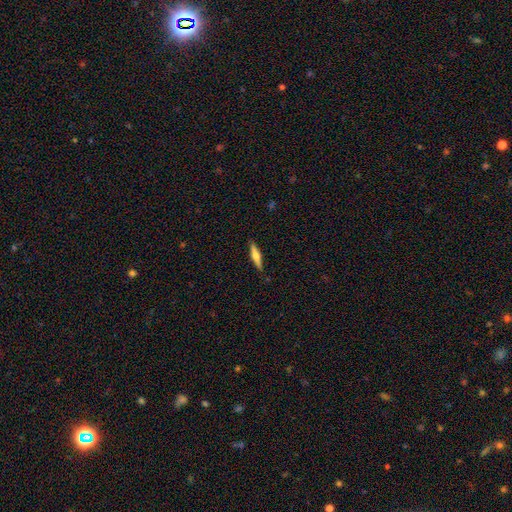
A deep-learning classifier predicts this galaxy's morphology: Q: Smooth or featured?
A: featured or disk (55%); runner-up: smooth (39%)
Q: Edge-on disk?
A: yes (96%); runner-up: no (4%)
Q: Edge-on bulge?
A: rounded (91%); runner-up: boxy (4%)
Q: Merging?
A: none (89%); runner-up: minor disturbance (8%)